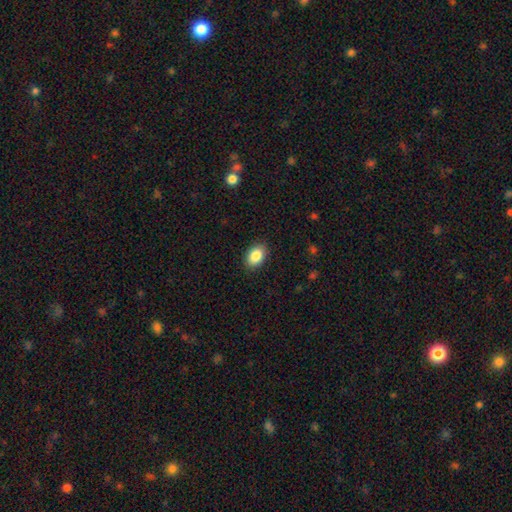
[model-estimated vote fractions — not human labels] Overall: smooth (87%). How rounded: in between (84%). Merging: none (89%).